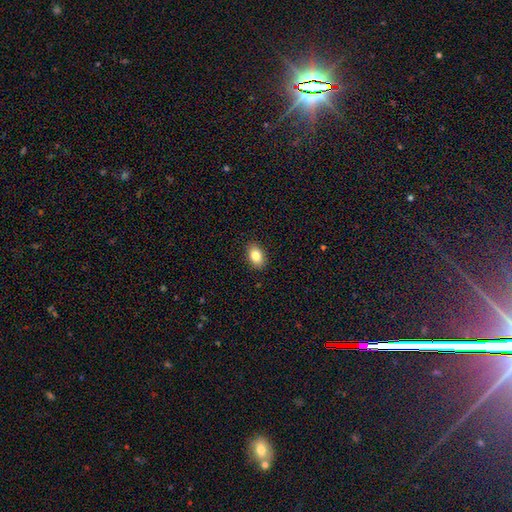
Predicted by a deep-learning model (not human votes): A smooth galaxy with no disk features (84%) that is in between round and cigar-shaped (86%). Merging: none (89%).